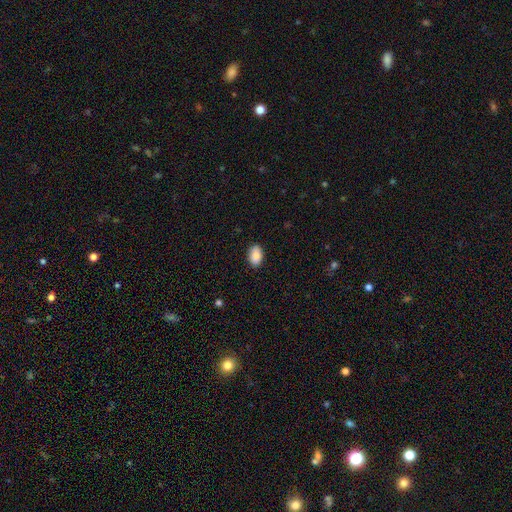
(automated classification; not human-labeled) This is clearly a smooth galaxy (86%). How rounded: clearly in between (91%). Merging: clearly none (86%).